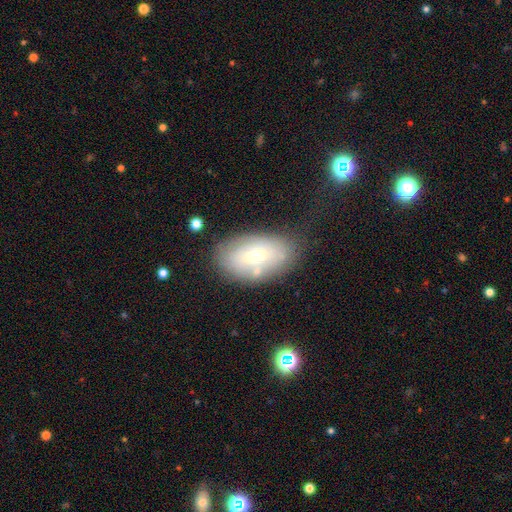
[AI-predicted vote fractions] A smooth galaxy with no disk features (58%) that is in between round and cigar-shaped (87%). Merging: none (66%).